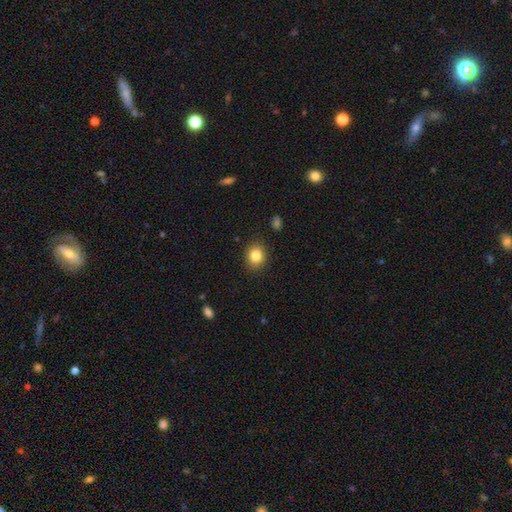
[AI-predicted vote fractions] A smooth galaxy with no disk features (83%) that is round (68%).

Vote fractions:
- Smooth or featured? smooth: 83% / star or artifact: 10% / featured or disk: 7%
- How rounded? round: 68% / in between: 31% / cigar-shaped: 1%
- Merging? none: 88% / minor disturbance: 8% / major disturbance: 2% / merger: 1%